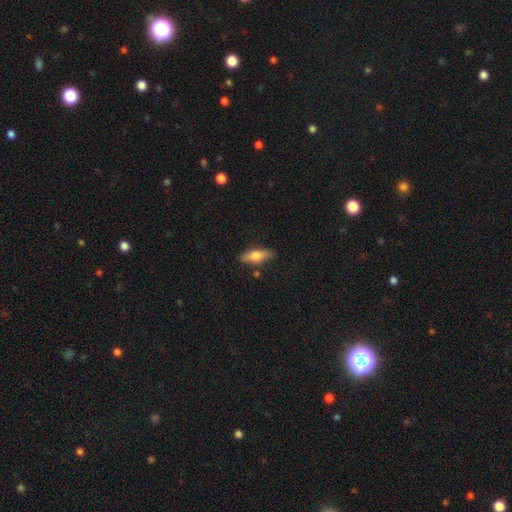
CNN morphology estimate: Smooth or featured? Predicted: smooth (p=0.61). How rounded? Predicted: in between (p=0.58). Merging? Predicted: none (p=0.82).